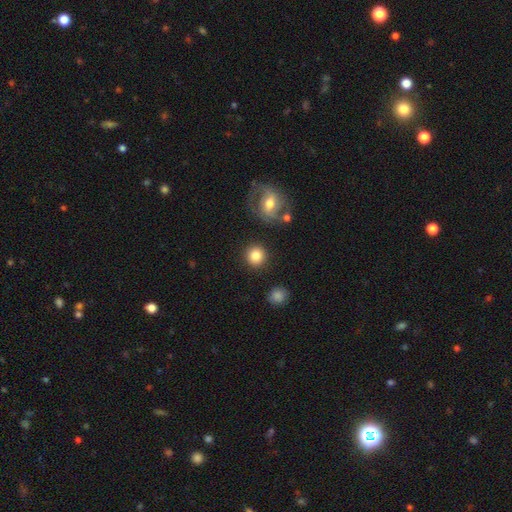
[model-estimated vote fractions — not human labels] Overall: smooth (84%). How rounded: round (92%). Merging: none (87%).